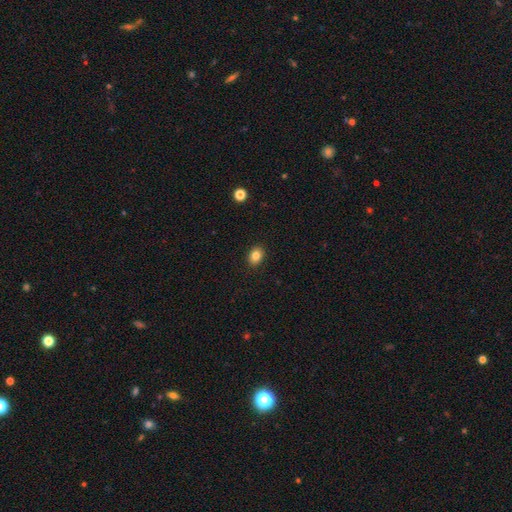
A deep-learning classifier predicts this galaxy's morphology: This is clearly a smooth galaxy (83%). How rounded: likely in between (60%). Merging: clearly none (91%).